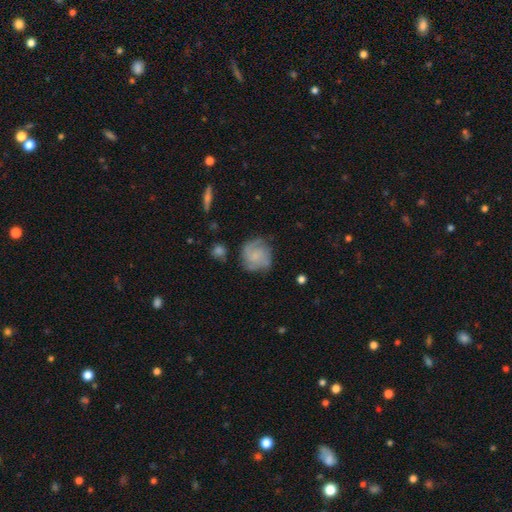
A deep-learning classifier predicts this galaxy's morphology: A featured or disk galaxy (55%) with no bar (73%), spiral arms (87%) and a small central bulge (47%). Merging: none (67%).